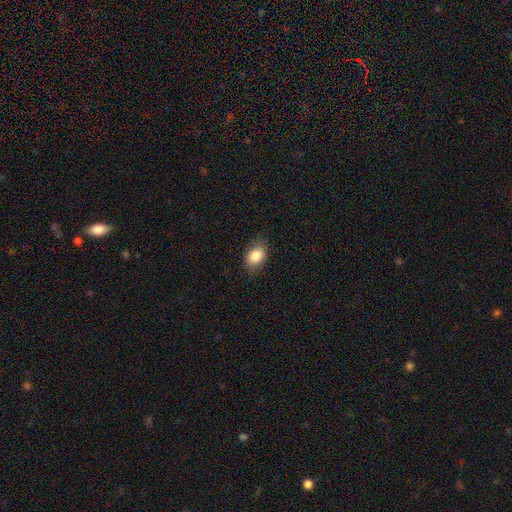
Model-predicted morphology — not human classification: Overall: smooth (85%). How rounded: in between (80%). Merging: none (80%).